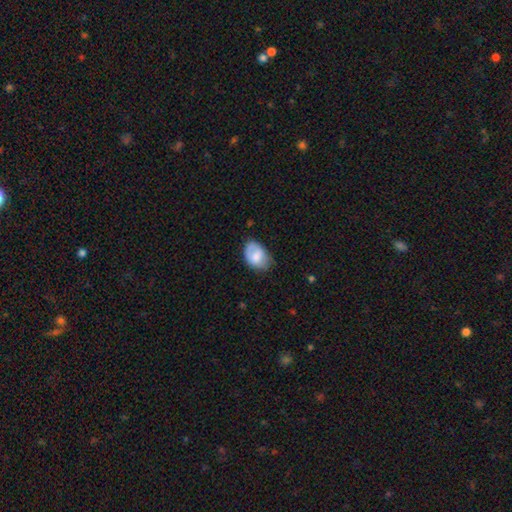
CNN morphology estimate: A smooth galaxy with no disk features (71%) that is in between round and cigar-shaped (83%). Merging: none (54%).